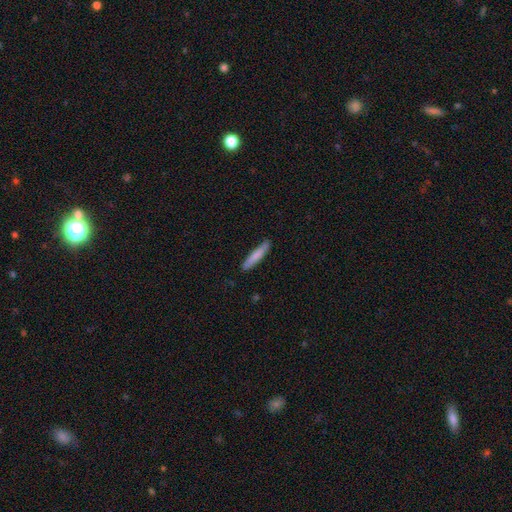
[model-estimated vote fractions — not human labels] Q: Smooth or featured?
A: smooth (77%); runner-up: featured or disk (17%)
Q: How rounded?
A: cigar-shaped (92%); runner-up: in between (7%)
Q: Merging?
A: none (86%); runner-up: minor disturbance (11%)